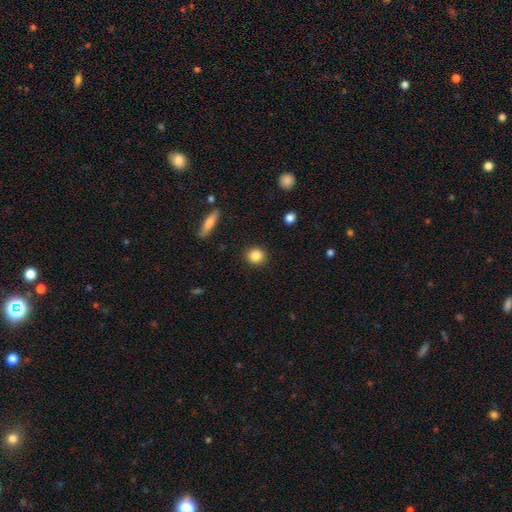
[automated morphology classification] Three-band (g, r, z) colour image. It shows a smooth galaxy with no disk features (86%) that is round (88%). Merging: none (91%).